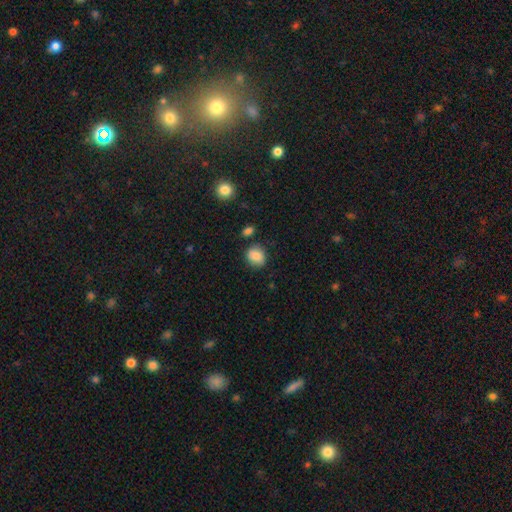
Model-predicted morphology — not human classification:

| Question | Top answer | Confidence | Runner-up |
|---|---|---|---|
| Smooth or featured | smooth | 84% | star or artifact (9%) |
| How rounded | round | 72% | in between (27%) |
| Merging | none | 78% | minor disturbance (14%) |